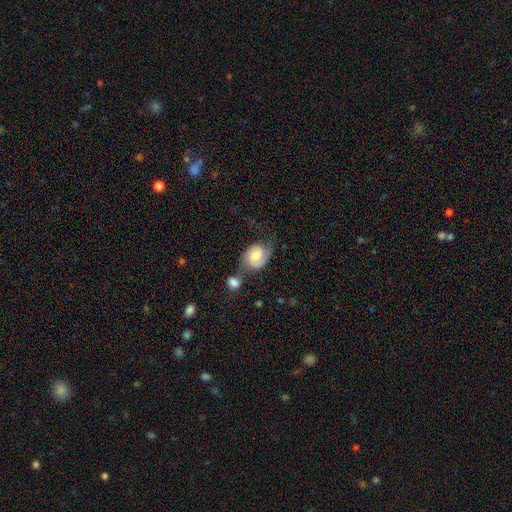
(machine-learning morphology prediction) smooth-or-featured: featured or disk: 61% | smooth: 32% | star or artifact: 7%
  disk-edge-on: no: 97% | yes: 3%
    bar: no: 52% | weak: 40% | strong: 9%
    has-spiral-arms: yes: 90% | no: 10%
      spiral-winding: medium: 44% | tight: 30% | loose: 25%
      spiral-arm-count: 2: 77% | 1: 13% | can't tell: 8% | 3: 1% | 4: 1% | more than 4: 1%
    bulge-size: moderate: 58% | small: 18% | large: 18% | none: 4% | dominant: 2%
  merging: none: 40% | merger: 22% | minor disturbance: 22% | major disturbance: 16%